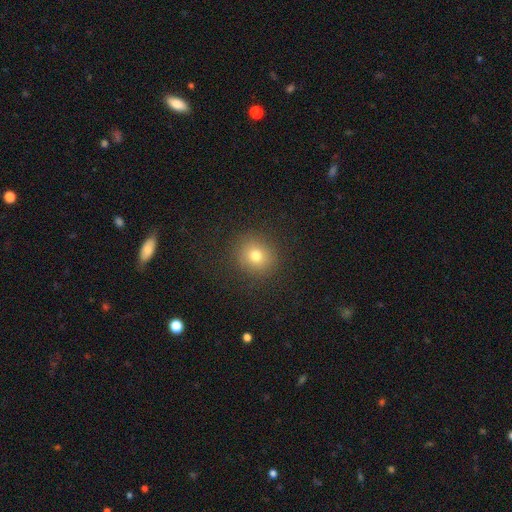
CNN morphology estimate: A smooth galaxy with no disk features (74%) that is round (87%).

Vote fractions:
- Smooth or featured? smooth: 74% / star or artifact: 16% / featured or disk: 10%
- How rounded? round: 87% / in between: 12% / cigar-shaped: 1%
- Merging? none: 88% / minor disturbance: 7% / major disturbance: 3% / merger: 1%